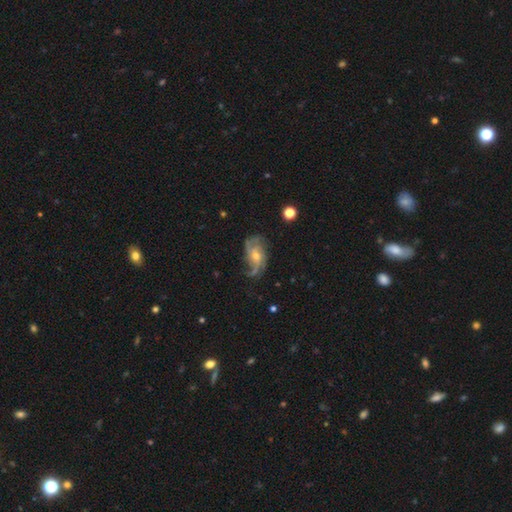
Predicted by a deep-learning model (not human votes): Smooth or featured? featured or disk (84%)
Edge-on disk? no (97%)
Bar? no (63%)
Spiral arms? yes (95%)
Spiral winding? loose (43%)
Spiral arm count? 2 (33%)
Bulge size? small (51%)
Merging? none (62%)